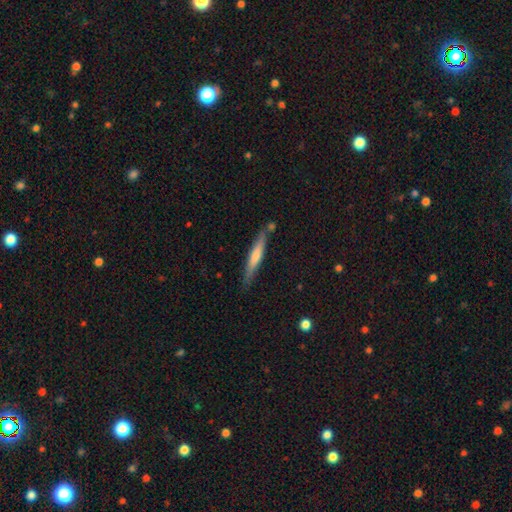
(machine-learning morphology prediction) A featured or disk galaxy (51%) viewed edge-on (95%).

Vote fractions:
- Smooth or featured? featured or disk: 51% / smooth: 43% / star or artifact: 6%
- Edge-on disk? yes: 95% / no: 5%
- Merging? none: 84% / minor disturbance: 11% / merger: 3% / major disturbance: 2%